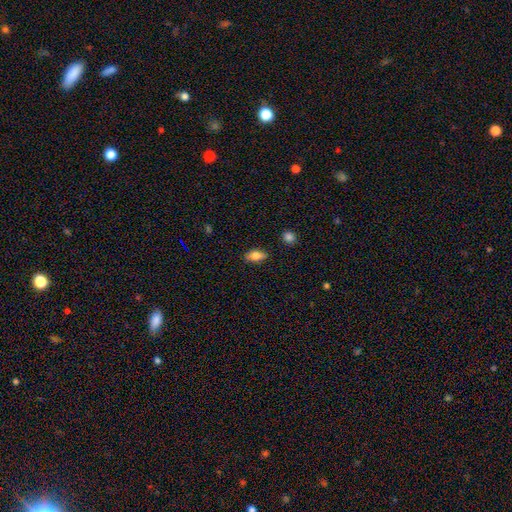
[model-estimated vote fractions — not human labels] Smooth or featured?
  - smooth: 79% *
  - featured or disk: 13%
  - star or artifact: 8%
How rounded?
  - in between: 85% *
  - cigar-shaped: 10%
  - round: 5%
Merging?
  - none: 85% *
  - minor disturbance: 11%
  - major disturbance: 2%
  - merger: 2%